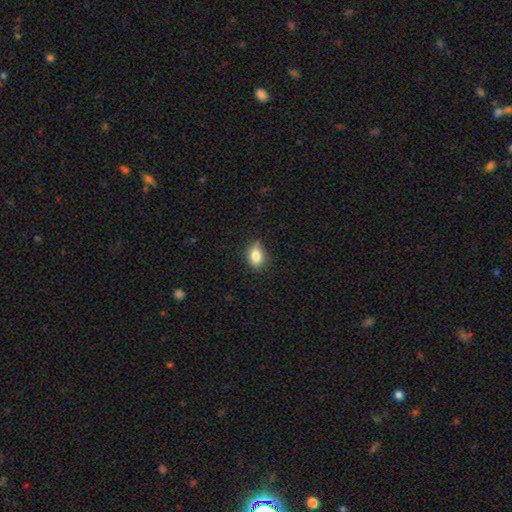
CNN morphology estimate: smooth_or_featured: smooth (p=0.84) [alt: star or artifact p=0.09]
how_rounded: in between (p=0.69) [alt: round p=0.30]
merging: none (p=0.77) [alt: minor disturbance p=0.18]